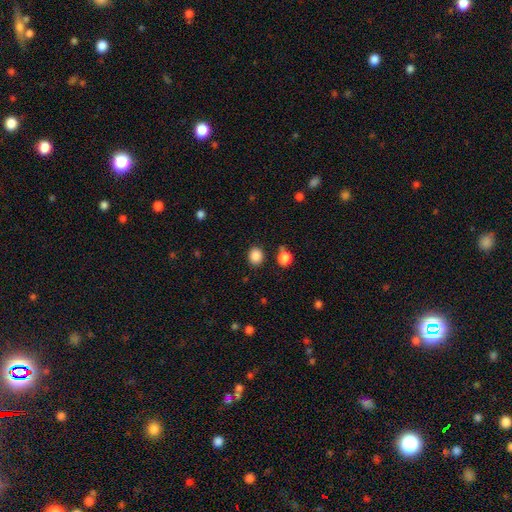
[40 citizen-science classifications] Smooth or featured? 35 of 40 (88%) said smooth. How rounded? 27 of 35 (77%) said round. Merging? 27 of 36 (75%) said none.